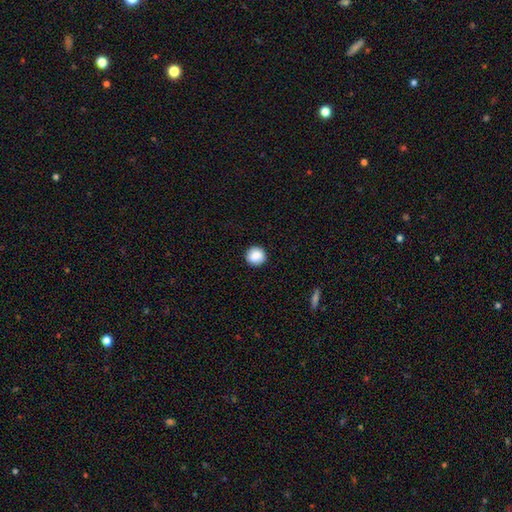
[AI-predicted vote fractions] Smooth or featured: smooth — 88% (star or artifact — 8%)
How rounded: round — 94% (in between — 5%)
Merging: none — 92% (minor disturbance — 6%)